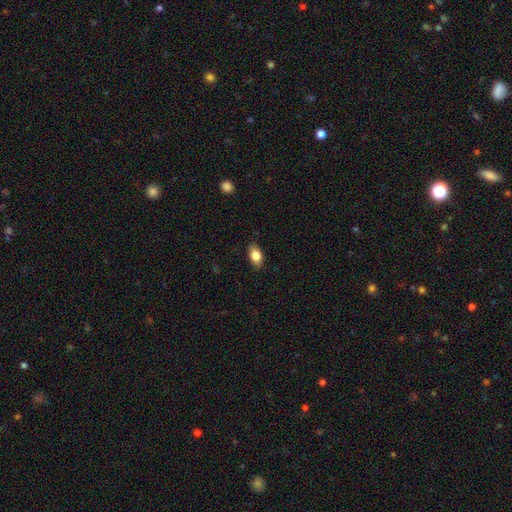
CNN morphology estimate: smooth_or_featured: smooth (p=0.82) [alt: featured or disk p=0.11]
how_rounded: in between (p=0.88) [alt: round p=0.08]
merging: none (p=0.86) [alt: minor disturbance p=0.11]